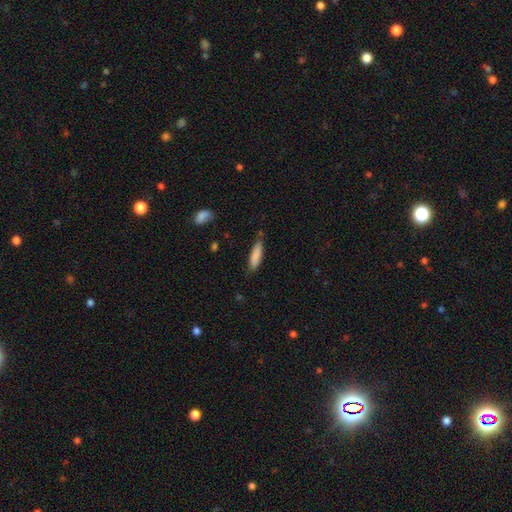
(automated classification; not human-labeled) Morphology: type=smooth (85%); roundness=cigar-shaped (68%); merging=none (74%).